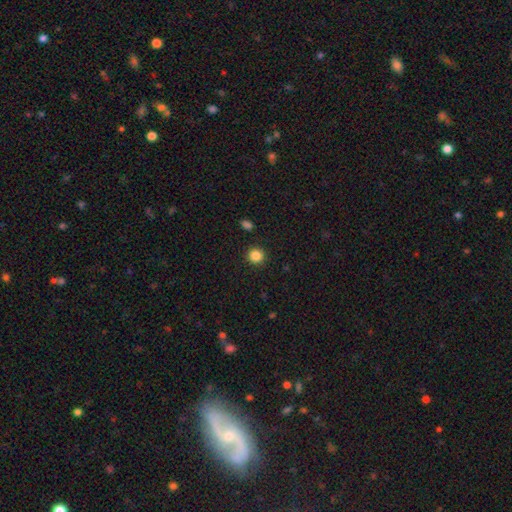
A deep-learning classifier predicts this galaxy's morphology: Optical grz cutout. It shows a smooth galaxy with no disk features (86%) that is round (91%). Merging: none (91%).